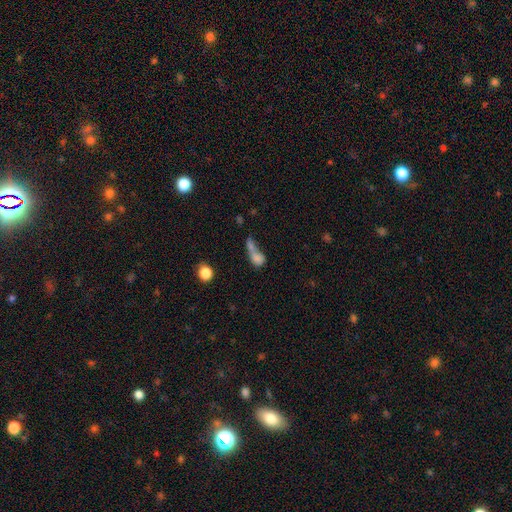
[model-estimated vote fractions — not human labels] Morphology: type=smooth (72%); roundness=in between (57%); merging=merger (58%).